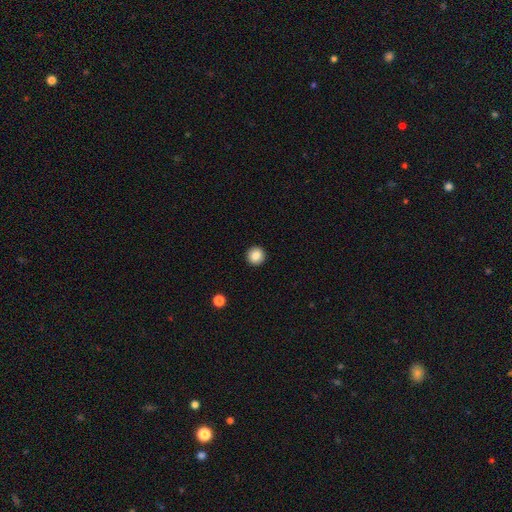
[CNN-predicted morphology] This is clearly a smooth galaxy (86%). How rounded: clearly round (95%). Merging: clearly none (93%).